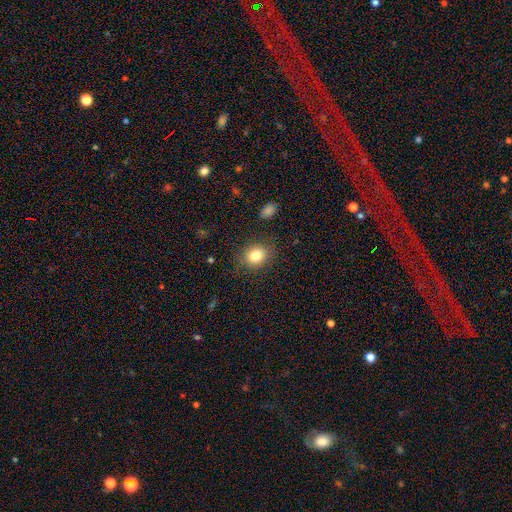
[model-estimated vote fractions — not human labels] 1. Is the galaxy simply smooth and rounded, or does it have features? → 82% smooth, 10% star or artifact, 8% featured or disk.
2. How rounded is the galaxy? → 63% round, 36% in between, 1% cigar-shaped.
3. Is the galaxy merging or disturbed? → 83% none, 12% minor disturbance, 4% major disturbance, 2% merger.